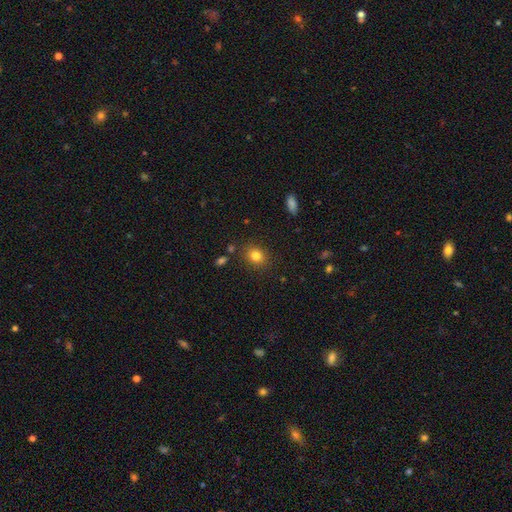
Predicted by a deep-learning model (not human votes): Q: Smooth or featured?
A: smooth (82%); runner-up: star or artifact (11%)
Q: How rounded?
A: round (61%); runner-up: in between (38%)
Q: Merging?
A: none (85%); runner-up: minor disturbance (9%)